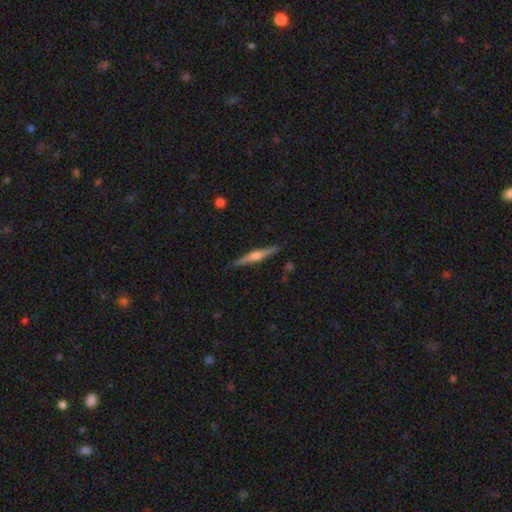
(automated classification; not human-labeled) This appears to be a featured or disk galaxy (68%) viewed edge-on (98%) with a rounded central bulge (83%). Merging: none (90%).